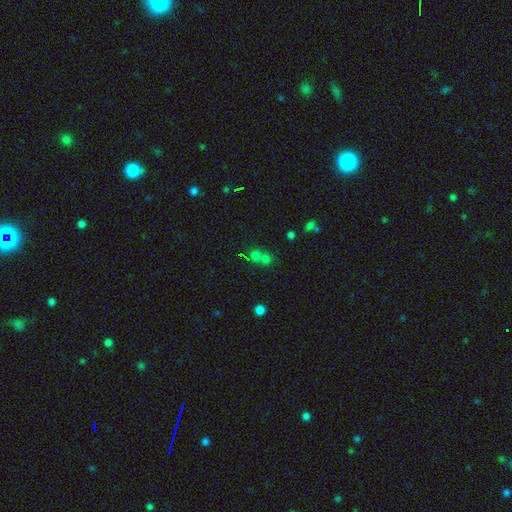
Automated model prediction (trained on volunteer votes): smooth-or-featured: smooth: 60% | star or artifact: 27% | featured or disk: 13%
  how-rounded: round: 81% | in between: 17% | cigar-shaped: 1%
  merging: merger: 50% | none: 41% | minor disturbance: 6% | major disturbance: 3%